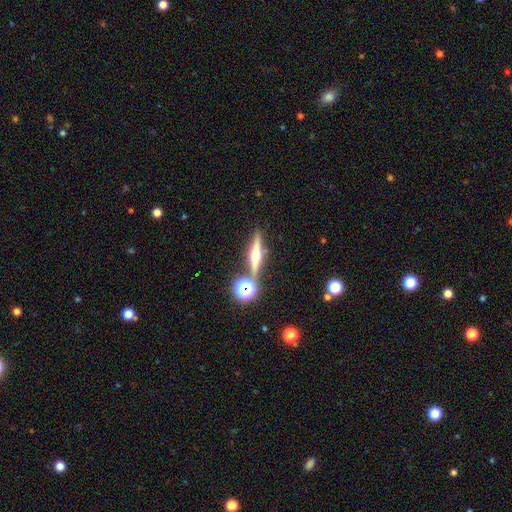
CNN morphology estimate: type=featured or disk (65%); edge-on=yes (96%); edge-on bulge=rounded (93%); merging=none (82%).